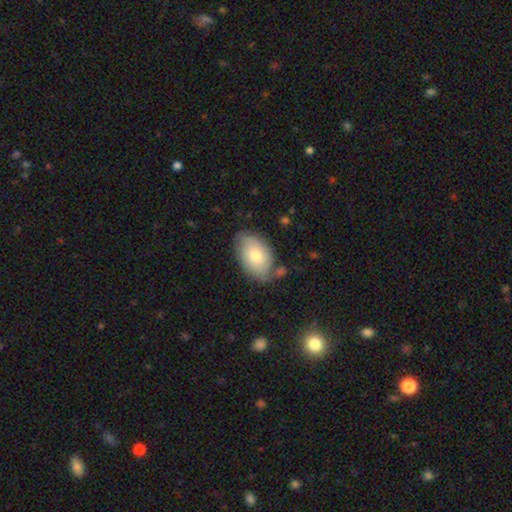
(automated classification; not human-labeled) smooth_or_featured: smooth (p=0.67) [alt: featured or disk p=0.27]
how_rounded: in between (p=0.90) [alt: round p=0.09]
merging: none (p=0.70) [alt: minor disturbance p=0.22]